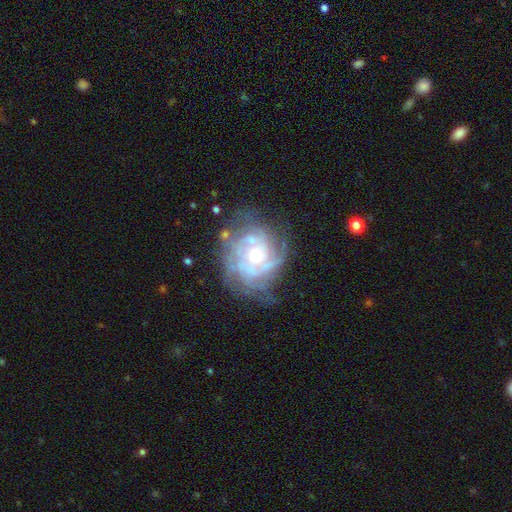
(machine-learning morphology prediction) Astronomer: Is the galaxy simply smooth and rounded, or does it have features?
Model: featured or disk — 83%.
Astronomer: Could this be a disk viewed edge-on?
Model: no — 97%.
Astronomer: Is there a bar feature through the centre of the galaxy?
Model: no — 79%.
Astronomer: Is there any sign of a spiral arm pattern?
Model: yes — 90%.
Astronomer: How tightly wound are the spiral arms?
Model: tight — 66%.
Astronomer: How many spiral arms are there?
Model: can't tell — 38% (runner-up: 3, 20%).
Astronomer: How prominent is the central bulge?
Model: moderate — 51% (runner-up: small, 44%).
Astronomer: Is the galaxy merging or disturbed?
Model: none — 61%.